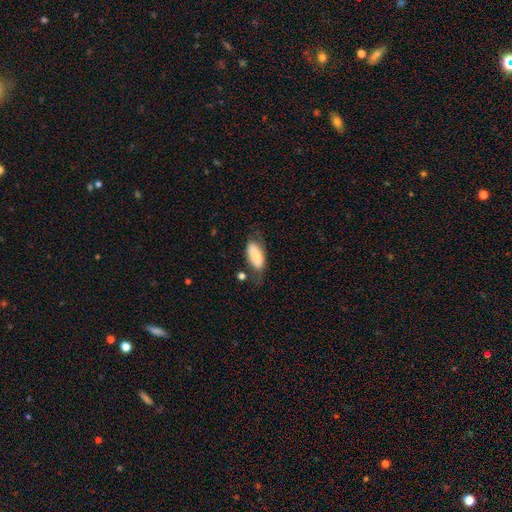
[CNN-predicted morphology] smooth-or-featured: smooth: 72% | featured or disk: 21% | star or artifact: 7%
  how-rounded: in between: 90% | cigar-shaped: 7% | round: 3%
  merging: none: 53% | minor disturbance: 28% | major disturbance: 13% | merger: 6%